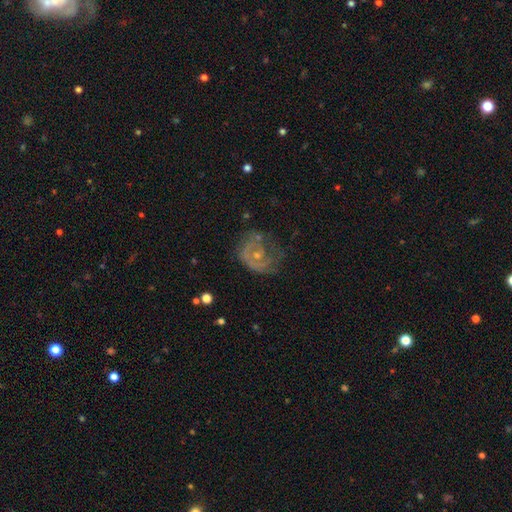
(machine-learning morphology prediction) Smooth or featured? featured or disk (72%)
Edge-on disk? no (98%)
Bar? no (78%)
Spiral arms? yes (73%)
Spiral winding? tight (49%)
Spiral arm count? 1 (47%)
Bulge size? small (63%)
Merging? none (46%)